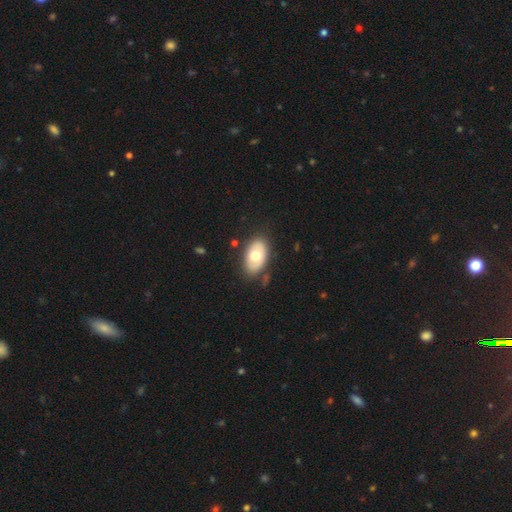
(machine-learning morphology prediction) smooth-or-featured: smooth: 60% | featured or disk: 34% | star or artifact: 6%
  how-rounded: in between: 89% | round: 9% | cigar-shaped: 1%
  merging: none: 79% | minor disturbance: 14% | major disturbance: 4% | merger: 3%